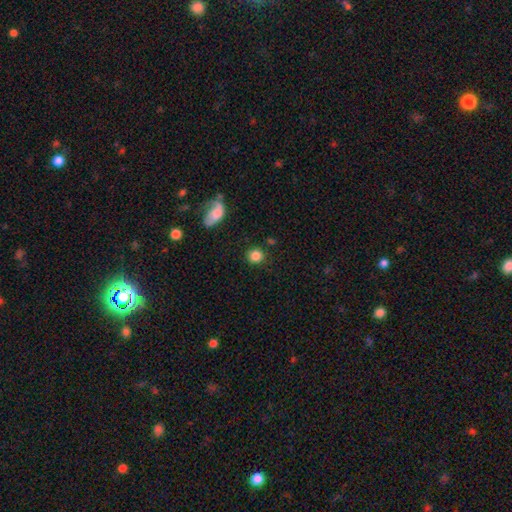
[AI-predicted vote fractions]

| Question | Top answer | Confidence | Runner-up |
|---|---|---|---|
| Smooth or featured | smooth | 84% | star or artifact (10%) |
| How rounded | round | 88% | in between (11%) |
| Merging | none | 84% | minor disturbance (9%) |